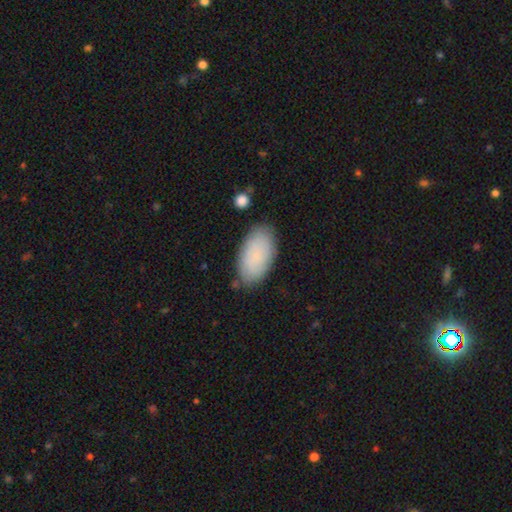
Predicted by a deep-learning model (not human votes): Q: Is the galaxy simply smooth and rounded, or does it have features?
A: smooth — 84%.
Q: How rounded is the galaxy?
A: in between — 95%.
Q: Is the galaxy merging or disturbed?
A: none — 81%.